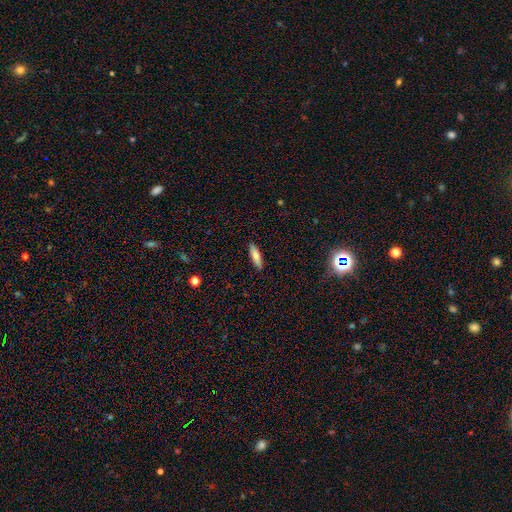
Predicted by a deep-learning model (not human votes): The model was most divided on "how rounded": cigar-shaped: 60%, in between: 38%, round: 2%. More confident: merging — none (89%); smooth or featured — smooth (77%).